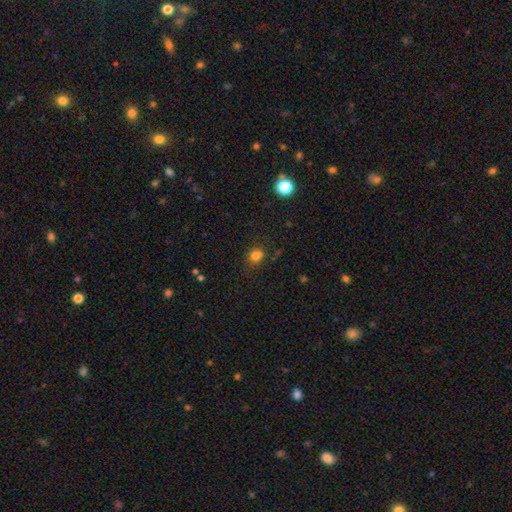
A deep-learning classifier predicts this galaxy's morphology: Smooth or featured? Predicted: smooth (p=0.76). How rounded? Predicted: round (p=0.57). Merging? Predicted: none (p=0.65).